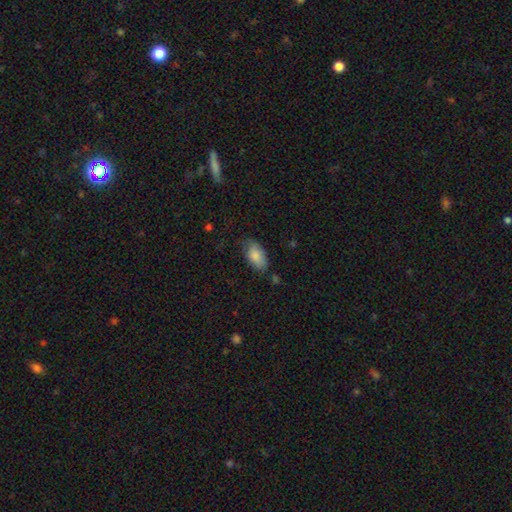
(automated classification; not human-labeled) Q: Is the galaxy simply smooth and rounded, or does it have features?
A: smooth — 83%.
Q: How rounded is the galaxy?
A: in between — 93%.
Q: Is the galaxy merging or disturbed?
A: none — 63%.